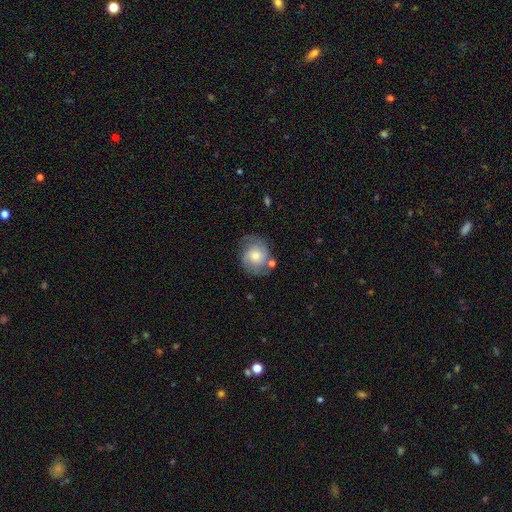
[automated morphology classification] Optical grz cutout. It shows a featured or disk galaxy (57%) with no bar (77%), spiral arms (87%) and a moderate central bulge (57%). Merging: none (63%).